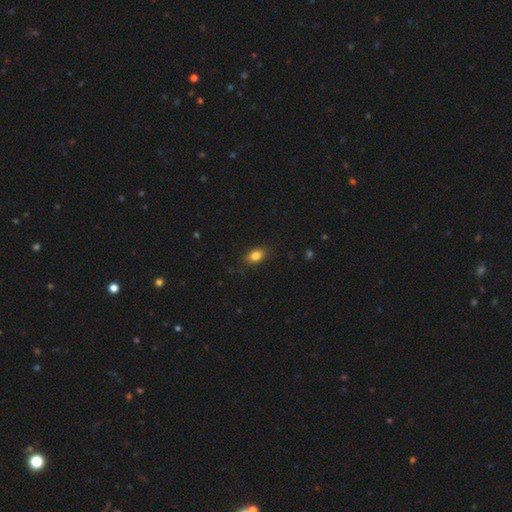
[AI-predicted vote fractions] A smooth galaxy with no disk features (84%) that is in between round and cigar-shaped (85%). Merging: none (85%).